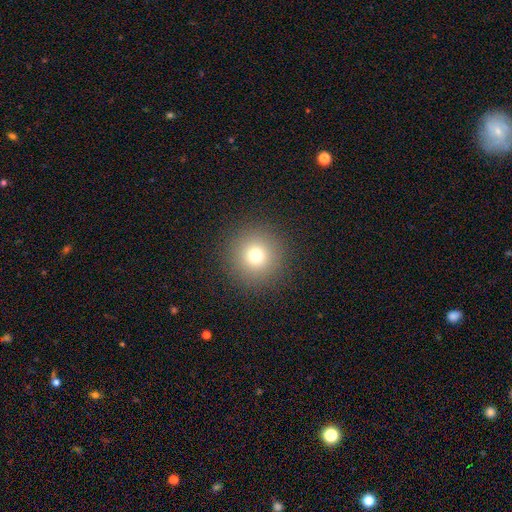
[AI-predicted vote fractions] Q: Smooth or featured?
A: smooth (74%); runner-up: star or artifact (16%)
Q: How rounded?
A: round (96%); runner-up: in between (3%)
Q: Merging?
A: none (91%); runner-up: minor disturbance (5%)